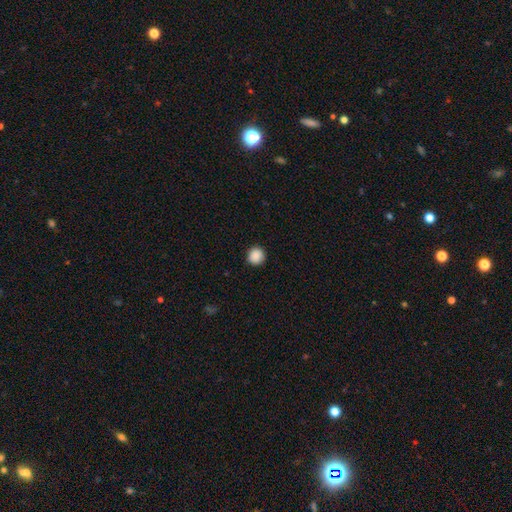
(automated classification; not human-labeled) smooth 89%, star or artifact 9%, featured or disk 2%. Down the decision tree: how rounded — round (94%); merging — none (92%).